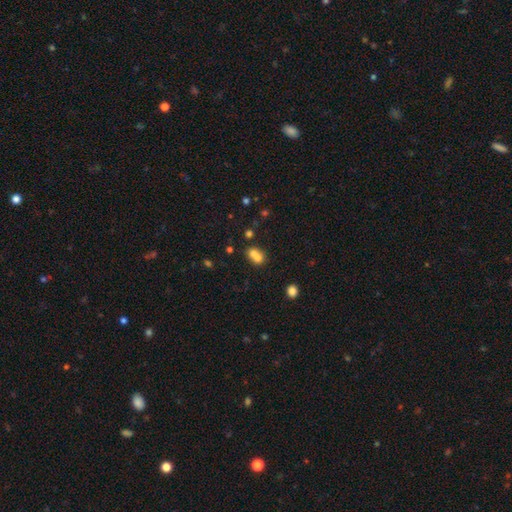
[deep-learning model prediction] Smooth or featured?
  - smooth: 69% *
  - featured or disk: 18%
  - star or artifact: 13%
How rounded?
  - round: 63% *
  - in between: 36%
  - cigar-shaped: 1%
Merging?
  - merger: 67% *
  - none: 25%
  - minor disturbance: 6%
  - major disturbance: 3%